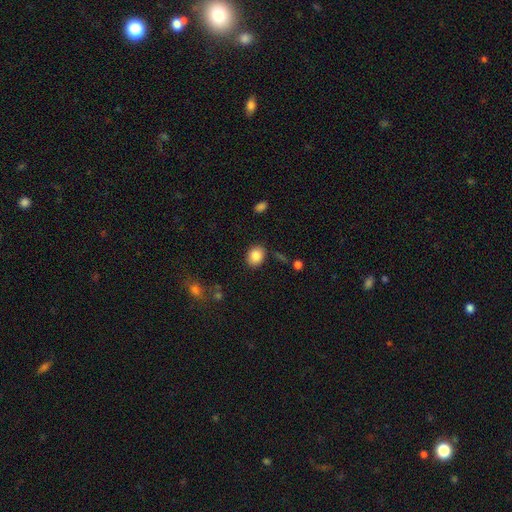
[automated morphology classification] type=smooth (85%); roundness=in between (52%); merging=none (85%).